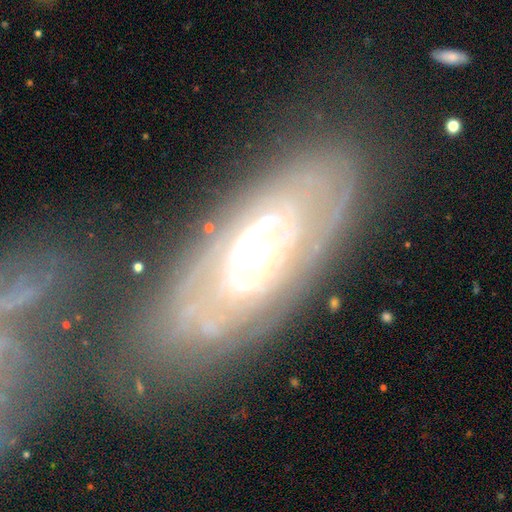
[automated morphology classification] Overall: featured or disk (81%). Edge-on disk: no (83%). Bar: no (67%). Spiral arms: yes (66%; no 34%). Bulge size: moderate (63%). Merging: none (72%).